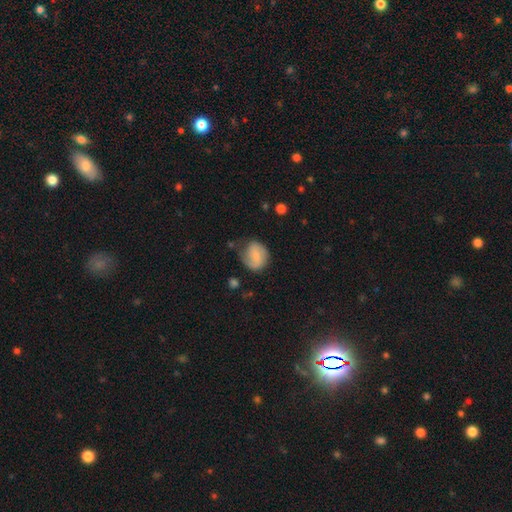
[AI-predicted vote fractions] smooth-or-featured: smooth: 51% | featured or disk: 42% | star or artifact: 8%
  how-rounded: round: 67% | in between: 32% | cigar-shaped: 1%
  merging: none: 63% | minor disturbance: 25% | major disturbance: 10% | merger: 3%